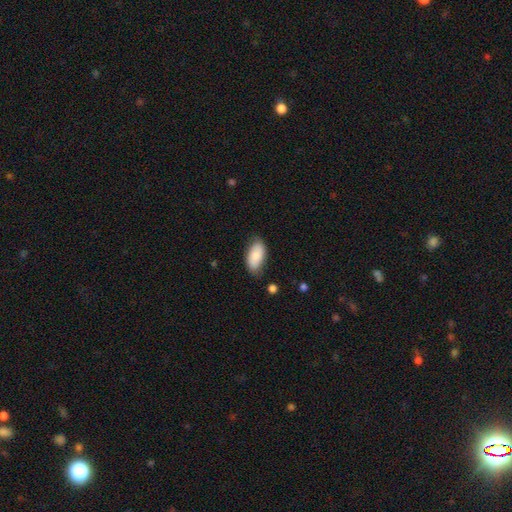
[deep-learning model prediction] A smooth galaxy with no disk features (82%) that is in between round and cigar-shaped (94%).

Vote fractions:
- Smooth or featured? smooth: 82% / featured or disk: 11% / star or artifact: 6%
- How rounded? in between: 94% / cigar-shaped: 3% / round: 3%
- Merging? none: 71% / minor disturbance: 23% / major disturbance: 4% / merger: 2%